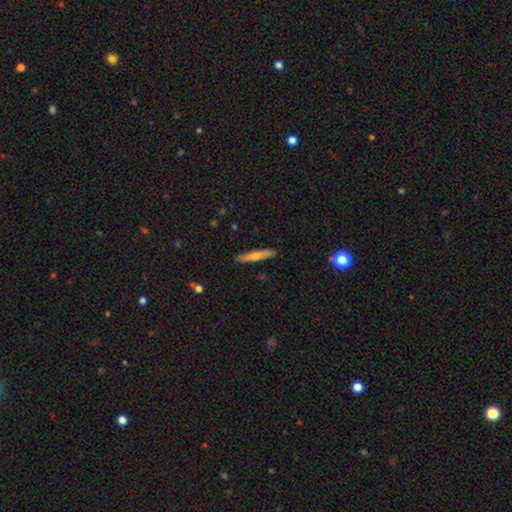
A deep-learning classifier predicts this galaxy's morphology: This appears to be a smooth galaxy with no disk features (51%) that is cigar-shaped (93%). Merging: none (90%).